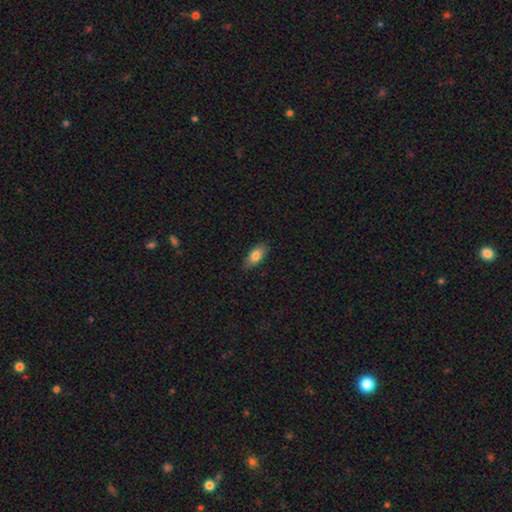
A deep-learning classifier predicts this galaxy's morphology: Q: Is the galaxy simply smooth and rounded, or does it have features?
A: smooth — 80%.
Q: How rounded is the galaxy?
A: in between — 85%.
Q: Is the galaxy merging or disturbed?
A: none — 86%.